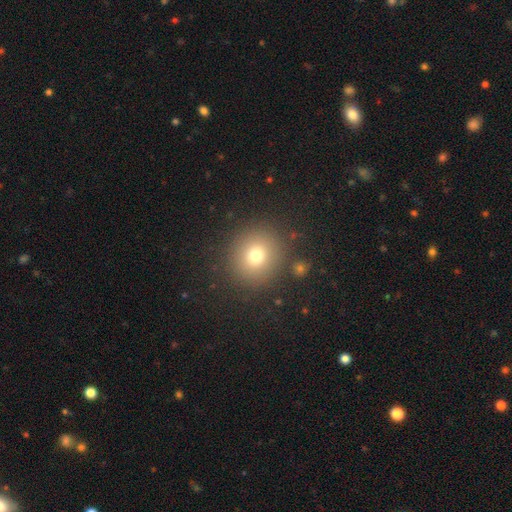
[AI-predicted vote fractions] This appears to be a smooth galaxy with no disk features (73%) that is round (89%). Merging: none (87%).